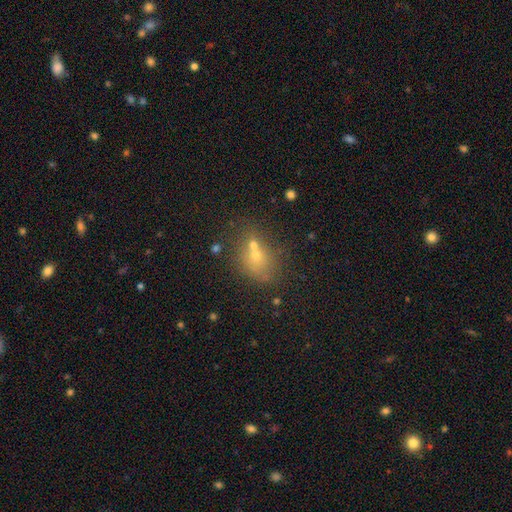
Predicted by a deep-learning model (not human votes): Overall: smooth (55%; star or artifact 28%). How rounded: in between (52%; round 45%). Merging: none (49%; merger 32%).